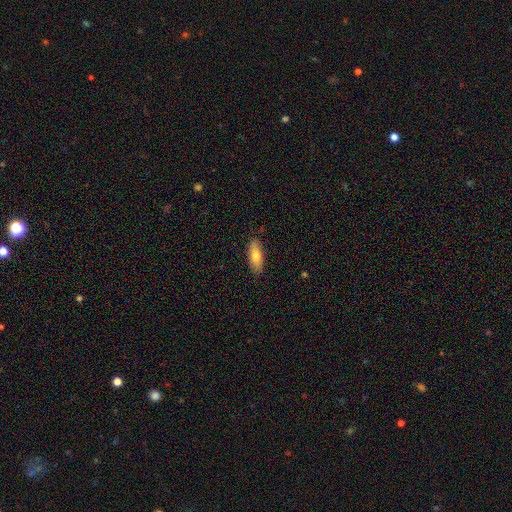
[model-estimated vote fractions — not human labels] Q: Smooth or featured?
A: smooth (72%); runner-up: featured or disk (22%)
Q: How rounded?
A: in between (67%); runner-up: cigar-shaped (31%)
Q: Merging?
A: none (86%); runner-up: minor disturbance (11%)